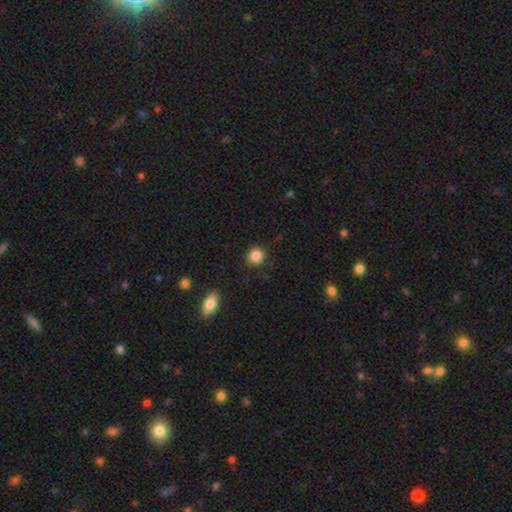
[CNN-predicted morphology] type=smooth (86%); roundness=round (91%); merging=none (89%).